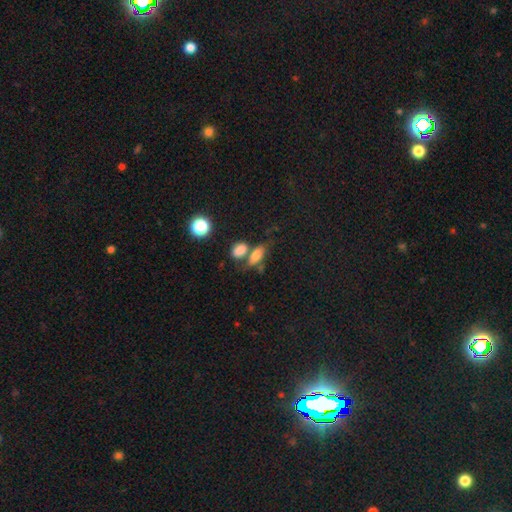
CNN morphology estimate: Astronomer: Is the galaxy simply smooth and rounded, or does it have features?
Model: smooth — 77%.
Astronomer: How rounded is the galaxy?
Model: in between — 82%.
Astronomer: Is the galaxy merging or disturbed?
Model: none — 41% (runner-up: merger, 36%).